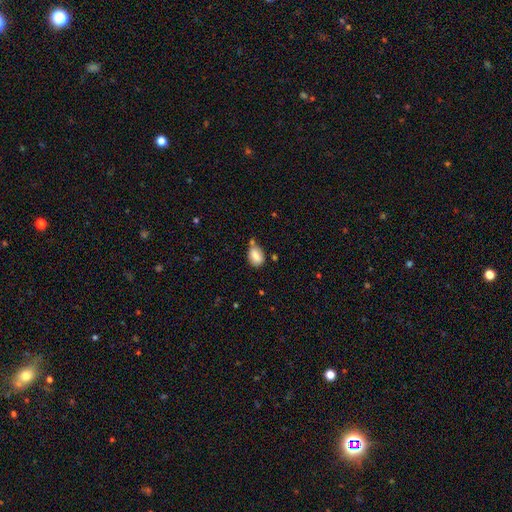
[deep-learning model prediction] Overall: smooth (79%). How rounded: in between (81%). Merging: none (58%; minor disturbance 23%).